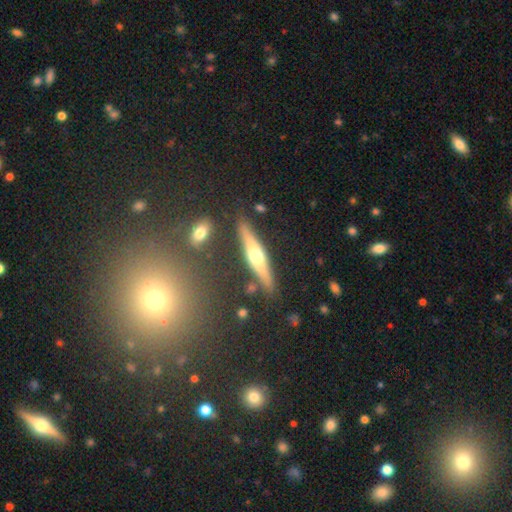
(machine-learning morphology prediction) A featured or disk galaxy (61%) viewed edge-on (93%) with a rounded central bulge (92%). Merging: none (83%).